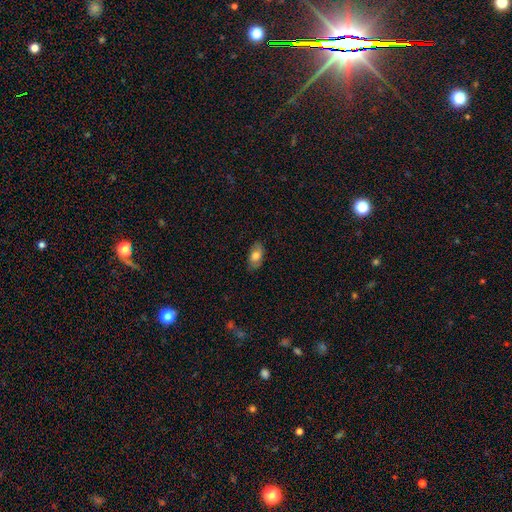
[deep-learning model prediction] Q: Smooth or featured?
A: smooth (73%); runner-up: featured or disk (20%)
Q: How rounded?
A: in between (92%); runner-up: round (5%)
Q: Merging?
A: none (83%); runner-up: minor disturbance (14%)